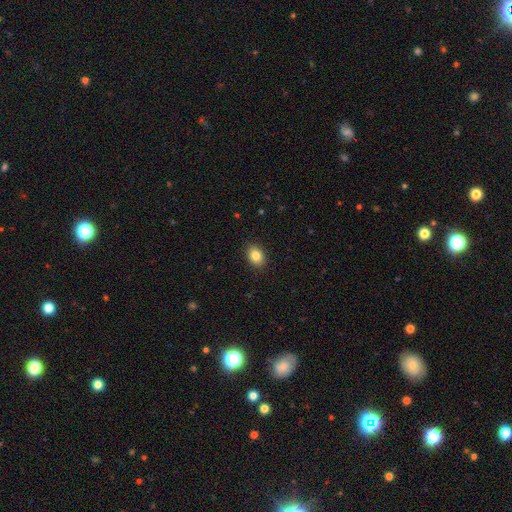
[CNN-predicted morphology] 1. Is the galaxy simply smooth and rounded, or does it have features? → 84% smooth, 9% star or artifact, 7% featured or disk.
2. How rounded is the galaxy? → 66% in between, 33% round, 1% cigar-shaped.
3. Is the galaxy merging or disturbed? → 90% none, 7% minor disturbance, 2% major disturbance, 1% merger.